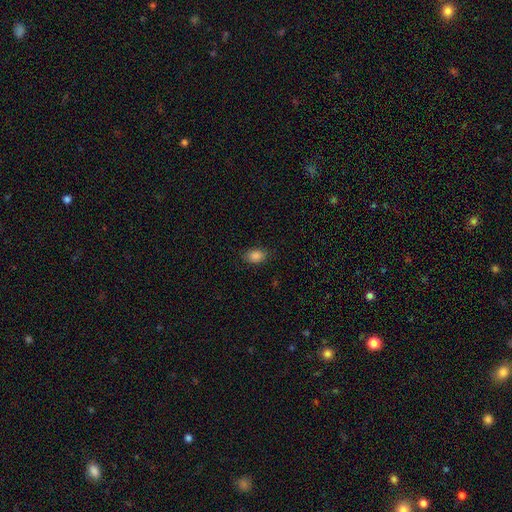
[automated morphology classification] This appears to be a smooth galaxy with no disk features (86%) that is in between round and cigar-shaped (82%). Merging: none (84%).